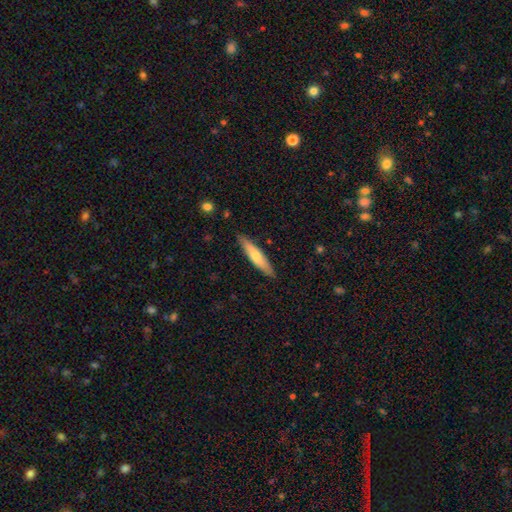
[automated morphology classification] smooth_or_featured: smooth (p=0.61) [alt: featured or disk p=0.34]
how_rounded: cigar-shaped (p=0.83) [alt: in between p=0.15]
merging: none (p=0.88) [alt: minor disturbance p=0.09]